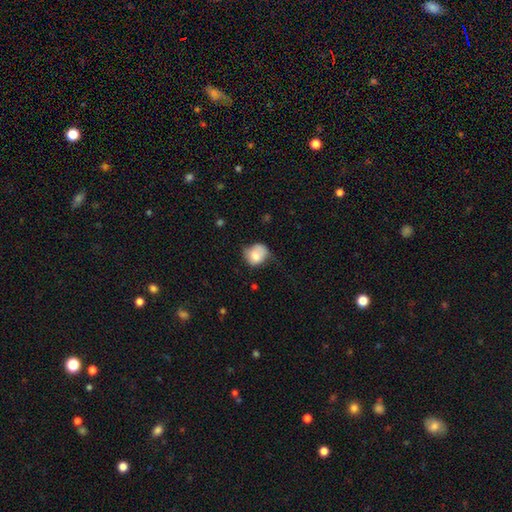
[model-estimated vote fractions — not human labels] Smooth or featured?
  - smooth: 76% *
  - featured or disk: 16%
  - star or artifact: 8%
How rounded?
  - round: 65% *
  - in between: 34%
  - cigar-shaped: 1%
Merging?
  - none: 43% *
  - minor disturbance: 40%
  - major disturbance: 14%
  - merger: 3%